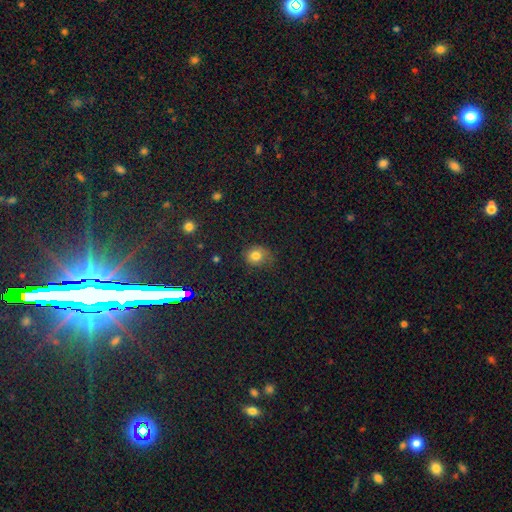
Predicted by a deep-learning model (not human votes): Smooth or featured?
  - smooth: 79% *
  - star or artifact: 13%
  - featured or disk: 7%
How rounded?
  - round: 72% *
  - in between: 27%
  - cigar-shaped: 1%
Merging?
  - none: 64% *
  - minor disturbance: 26%
  - major disturbance: 9%
  - merger: 2%